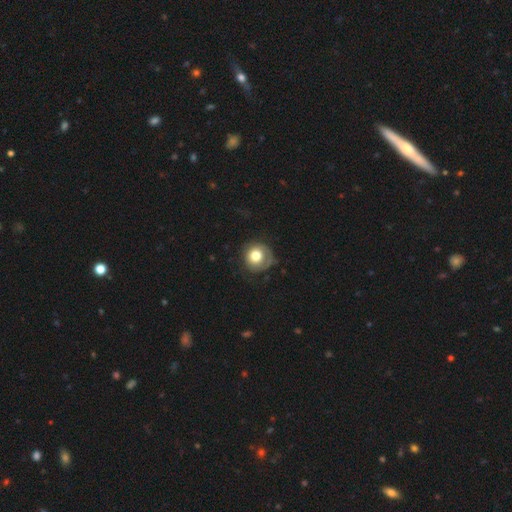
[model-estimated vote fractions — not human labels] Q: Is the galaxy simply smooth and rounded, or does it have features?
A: smooth — 68%.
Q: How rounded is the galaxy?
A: round — 92%.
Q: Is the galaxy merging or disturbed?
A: none — 65%.